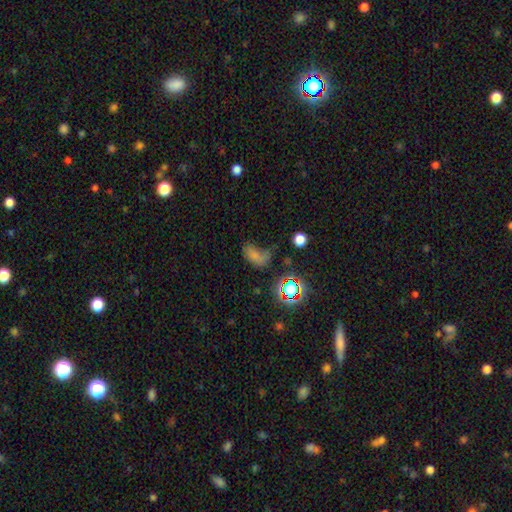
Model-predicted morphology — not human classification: smooth-or-featured: smooth: 57% | star or artifact: 26% | featured or disk: 17%
  how-rounded: in between: 85% | round: 12% | cigar-shaped: 3%
  merging: major disturbance: 36% | none: 29% | minor disturbance: 22% | merger: 13%